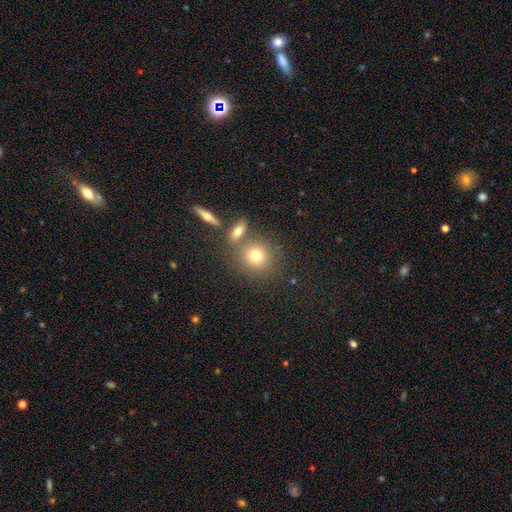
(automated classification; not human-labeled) This is likely a smooth galaxy (74%). How rounded: clearly round (85%). Merging: likely none (68%).